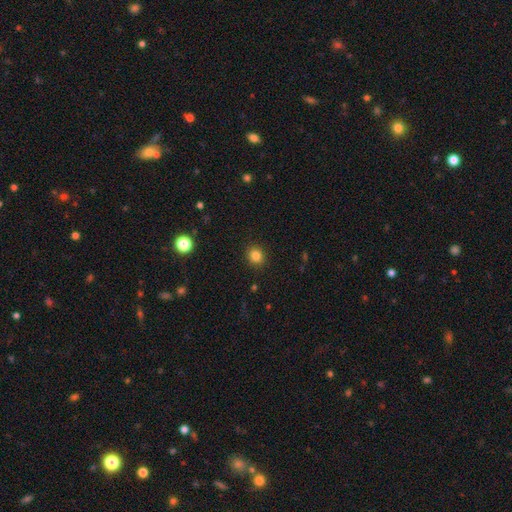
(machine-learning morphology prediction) Smooth or featured? Predicted: smooth (p=0.83). How rounded? Predicted: round (p=0.78). Merging? Predicted: none (p=0.91).